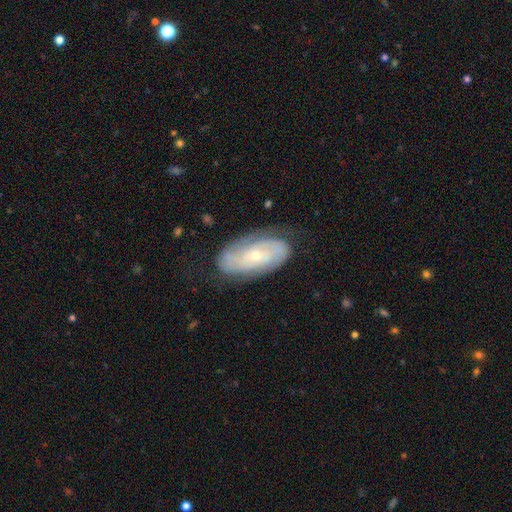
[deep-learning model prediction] Smooth or featured: featured or disk — 73% (smooth — 20%)
Edge-on disk: no — 93% (yes — 7%)
Bar: no — 65% (weak — 27%)
Spiral arms: yes — 89% (no — 11%)
Spiral winding: tight — 58% (medium — 31%)
Spiral arm count: 2 — 50% (can't tell — 32%)
Bulge size: small — 65% (moderate — 31%)
Merging: none — 72% (minor disturbance — 20%)